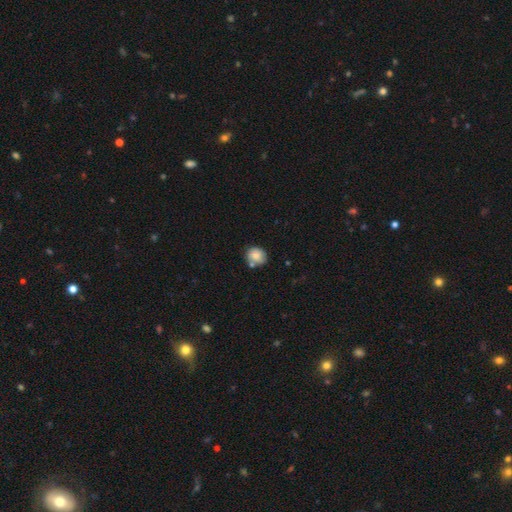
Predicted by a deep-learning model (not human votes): smooth_or_featured: smooth (p=0.81) [alt: featured or disk p=0.11]
how_rounded: round (p=0.74) [alt: in between p=0.25]
merging: none (p=0.61) [alt: minor disturbance p=0.19]